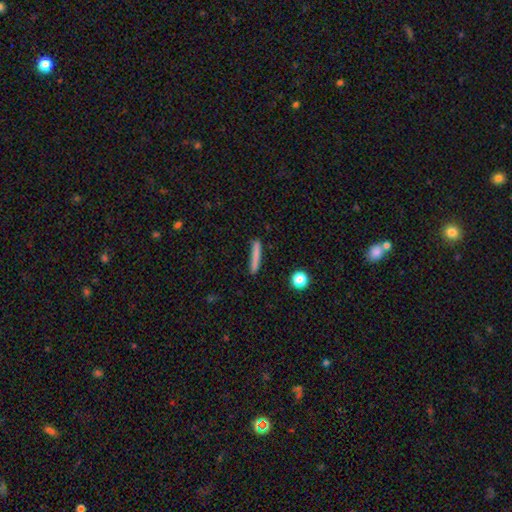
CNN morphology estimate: A smooth galaxy with no disk features (77%) that is cigar-shaped (93%).

Vote fractions:
- Smooth or featured? smooth: 77% / featured or disk: 15% / star or artifact: 8%
- How rounded? cigar-shaped: 93% / in between: 5% / round: 2%
- Merging? none: 87% / minor disturbance: 9% / major disturbance: 2% / merger: 2%